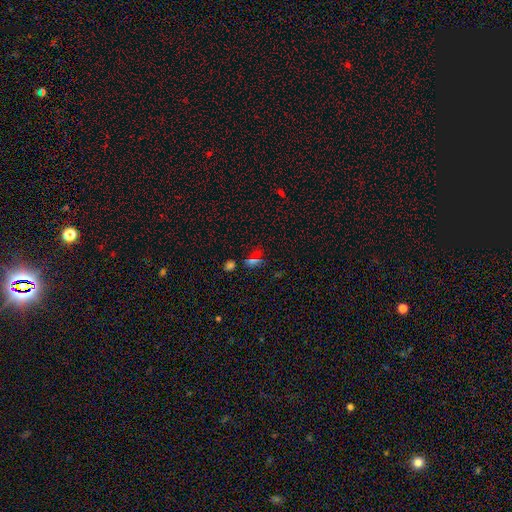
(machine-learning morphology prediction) star or artifact 47%, smooth 45%, featured or disk 8%.